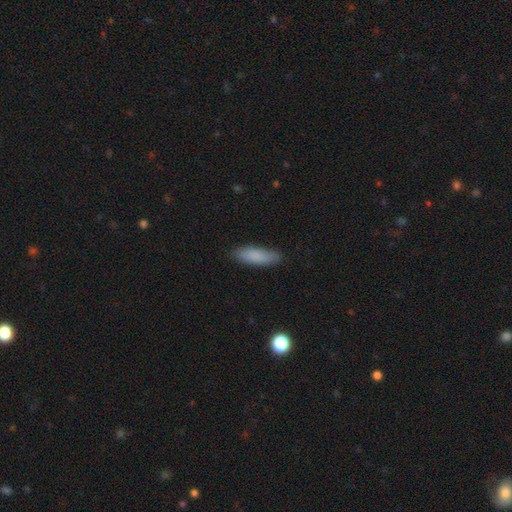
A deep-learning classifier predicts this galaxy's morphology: A smooth galaxy with no disk features (86%) that is cigar-shaped (56%).

Vote fractions:
- Smooth or featured? smooth: 86% / featured or disk: 8% / star or artifact: 7%
- How rounded? cigar-shaped: 56% / in between: 42% / round: 2%
- Merging? none: 85% / minor disturbance: 12% / major disturbance: 2% / merger: 1%